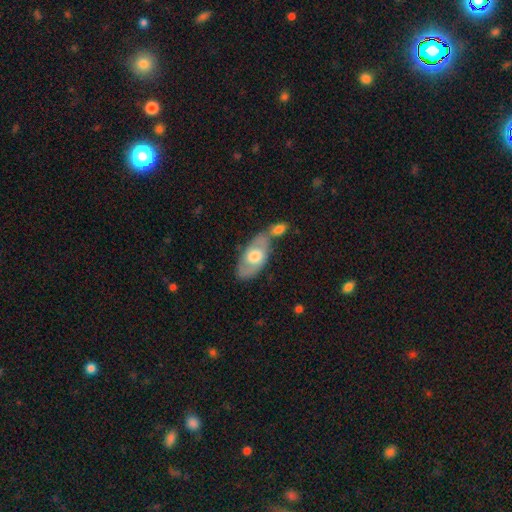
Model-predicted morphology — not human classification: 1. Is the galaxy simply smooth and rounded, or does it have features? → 49% featured or disk, 44% smooth, 7% star or artifact.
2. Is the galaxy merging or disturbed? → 43% none, 34% merger, 16% minor disturbance, 7% major disturbance.